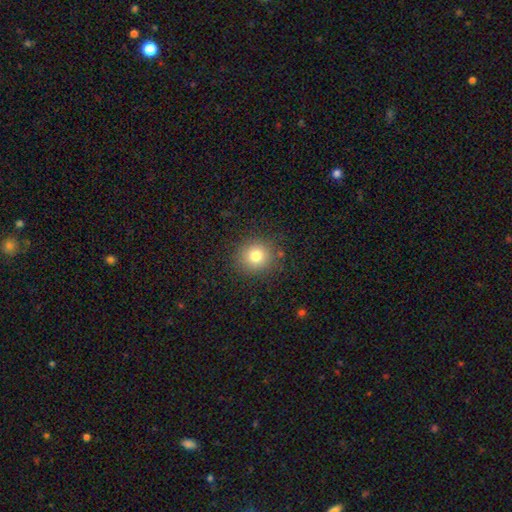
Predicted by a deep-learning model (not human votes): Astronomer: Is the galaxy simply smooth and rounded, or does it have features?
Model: smooth — 80%.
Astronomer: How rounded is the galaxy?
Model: round — 89%.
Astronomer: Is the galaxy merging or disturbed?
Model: none — 87%.